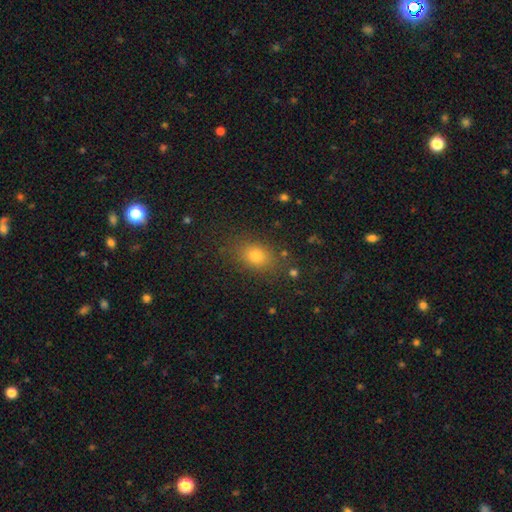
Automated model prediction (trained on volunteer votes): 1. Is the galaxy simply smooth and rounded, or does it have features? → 75% smooth, 16% star or artifact, 9% featured or disk.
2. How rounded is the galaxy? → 67% in between, 30% round, 2% cigar-shaped.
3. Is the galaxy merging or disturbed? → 82% none, 11% minor disturbance, 4% major disturbance, 2% merger.